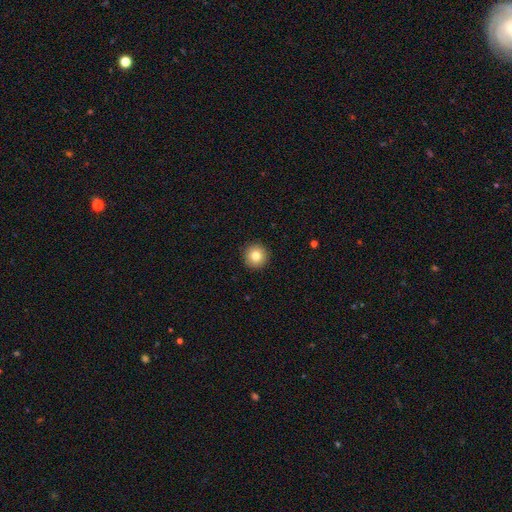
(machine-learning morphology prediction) This is clearly a smooth galaxy (80%). How rounded: clearly round (96%). Merging: clearly none (94%).